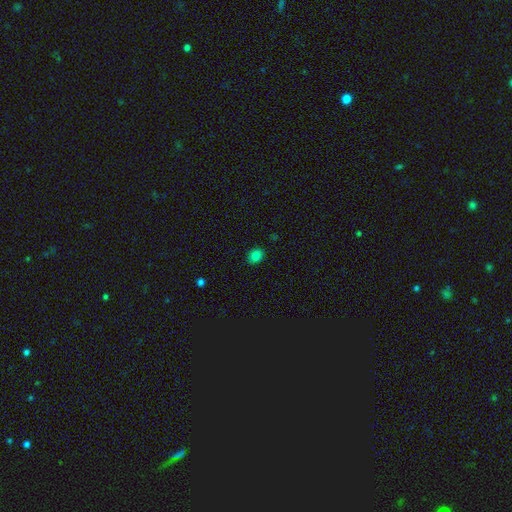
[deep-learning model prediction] This is clearly a smooth galaxy (82%). How rounded: possibly in between (54%). Merging: clearly none (88%).